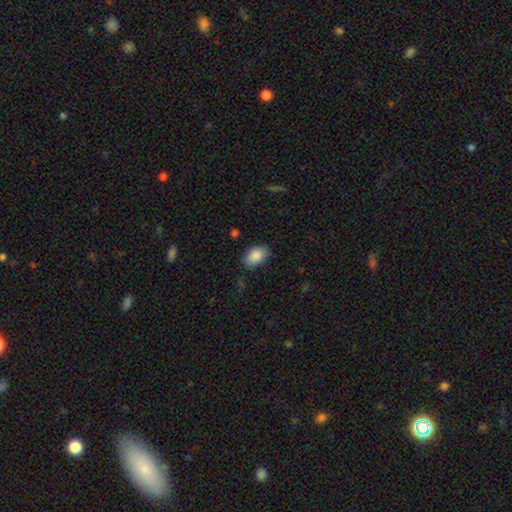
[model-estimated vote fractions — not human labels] The model was most divided on "merging": none: 83%, minor disturbance: 13%, major disturbance: 3%, merger: 1%. More confident: how rounded — in between (90%); smooth or featured — smooth (88%).